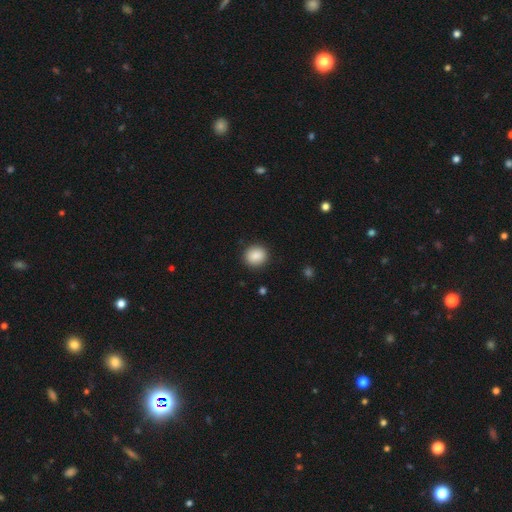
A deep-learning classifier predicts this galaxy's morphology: smooth_or_featured: smooth (p=0.88) [alt: star or artifact p=0.08]
how_rounded: round (p=0.84) [alt: in between p=0.15]
merging: none (p=0.91) [alt: minor disturbance p=0.06]